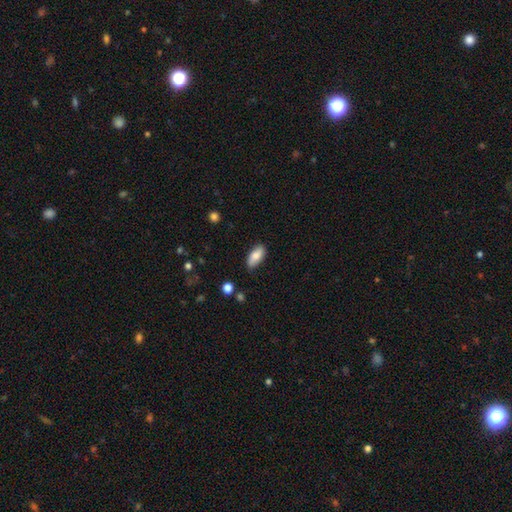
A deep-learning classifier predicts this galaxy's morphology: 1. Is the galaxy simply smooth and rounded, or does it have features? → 82% smooth, 12% featured or disk, 7% star or artifact.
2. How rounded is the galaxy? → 88% in between, 10% cigar-shaped, 2% round.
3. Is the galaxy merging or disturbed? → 82% none, 14% minor disturbance, 2% major disturbance, 2% merger.